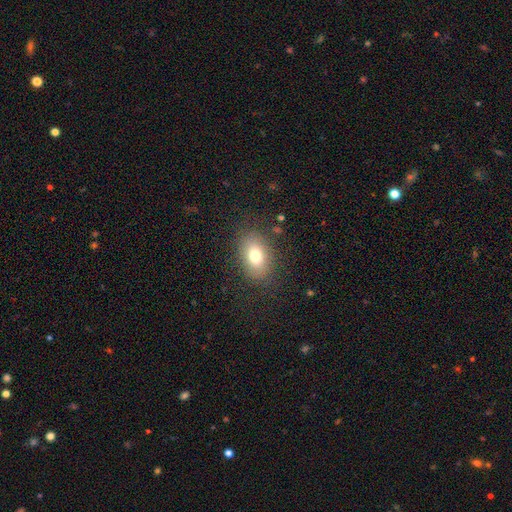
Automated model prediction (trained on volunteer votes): This appears to be a smooth galaxy with no disk features (76%) that is in between round and cigar-shaped (81%). Merging: none (83%).